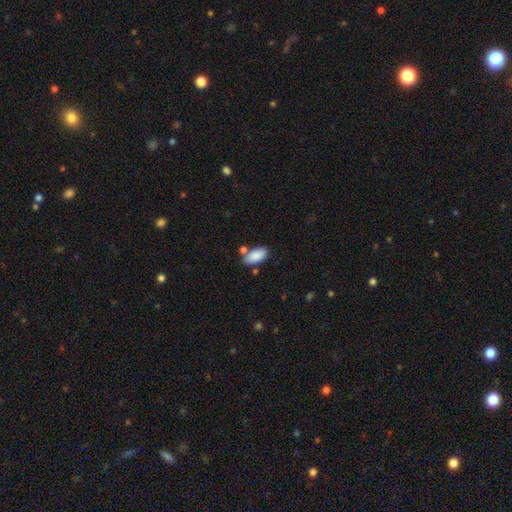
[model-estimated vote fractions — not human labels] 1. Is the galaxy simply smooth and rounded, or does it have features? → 88% smooth, 6% star or artifact, 6% featured or disk.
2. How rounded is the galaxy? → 94% in between, 4% cigar-shaped, 3% round.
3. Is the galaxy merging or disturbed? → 69% none, 15% minor disturbance, 13% merger, 4% major disturbance.